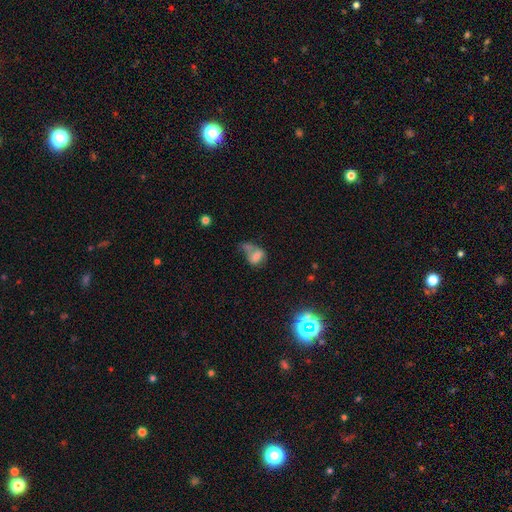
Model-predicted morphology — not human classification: Smooth or featured? Predicted: smooth (p=0.62). How rounded? Predicted: in between (p=0.72). Merging? Predicted: merger (p=0.38).